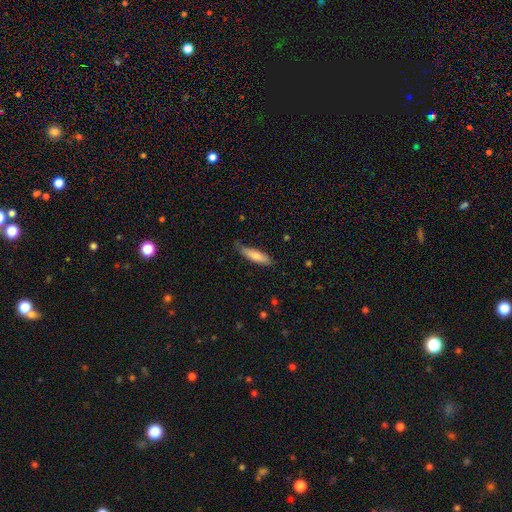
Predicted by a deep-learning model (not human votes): A smooth galaxy with no disk features (82%) that is cigar-shaped (66%). Merging: none (73%).